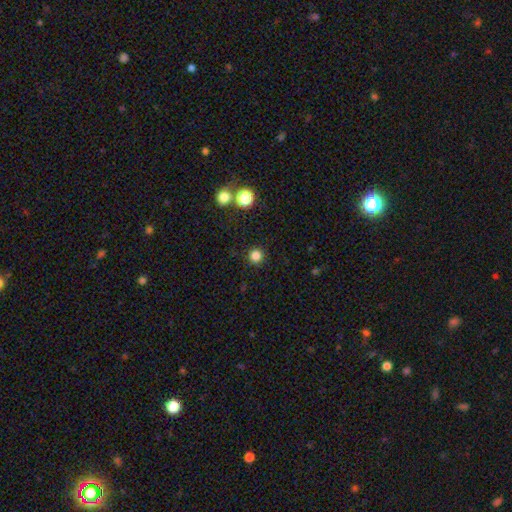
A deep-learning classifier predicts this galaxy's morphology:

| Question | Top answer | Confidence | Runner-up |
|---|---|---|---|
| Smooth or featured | smooth | 83% | star or artifact (14%) |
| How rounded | round | 96% | in between (3%) |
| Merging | none | 92% | minor disturbance (5%) |